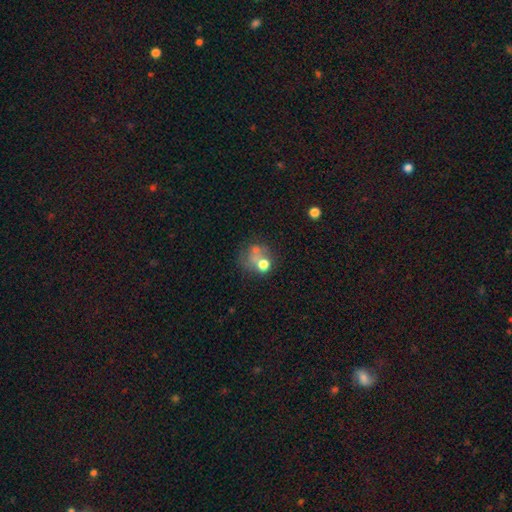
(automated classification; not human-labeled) Smooth or featured? smooth (53%)
How rounded? round (71%)
Merging? none (36%)